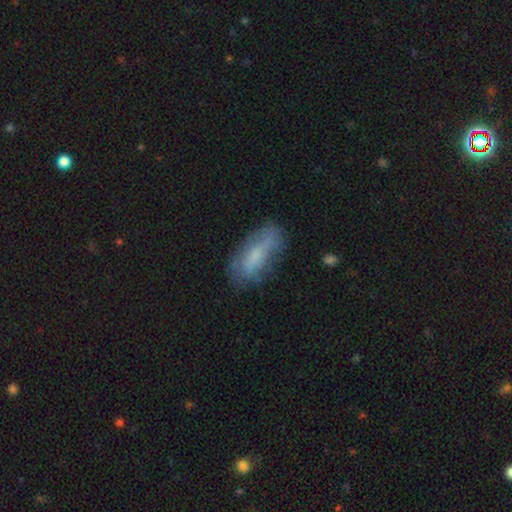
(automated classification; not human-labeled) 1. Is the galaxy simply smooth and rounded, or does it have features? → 58% smooth, 34% featured or disk, 8% star or artifact.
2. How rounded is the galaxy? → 69% in between, 28% cigar-shaped, 2% round.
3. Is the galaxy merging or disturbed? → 63% none, 25% minor disturbance, 10% major disturbance, 2% merger.